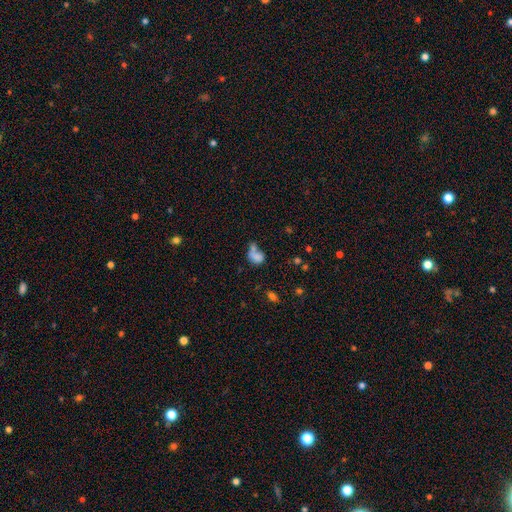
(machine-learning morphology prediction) This appears to be a smooth galaxy with no disk features (73%) that is in between round and cigar-shaped (64%). Merging: merger (49%).